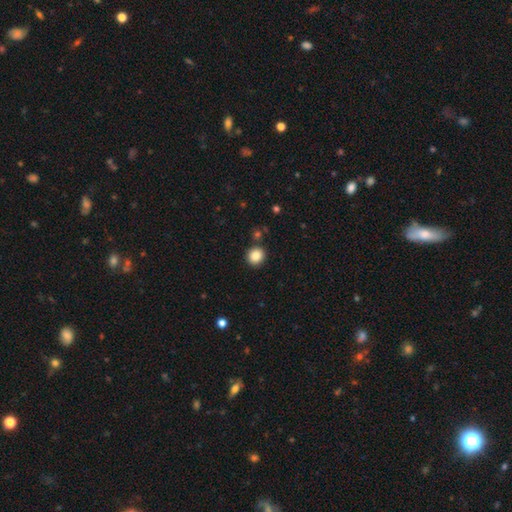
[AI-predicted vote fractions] Smooth or featured: smooth — 86% (star or artifact — 10%)
How rounded: round — 88% (in between — 11%)
Merging: none — 88% (minor disturbance — 6%)